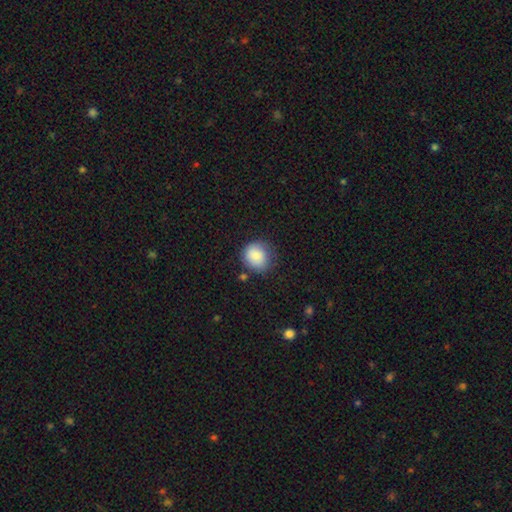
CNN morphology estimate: Smooth or featured: smooth — 85% (star or artifact — 8%)
How rounded: round — 83% (in between — 16%)
Merging: none — 72% (minor disturbance — 20%)